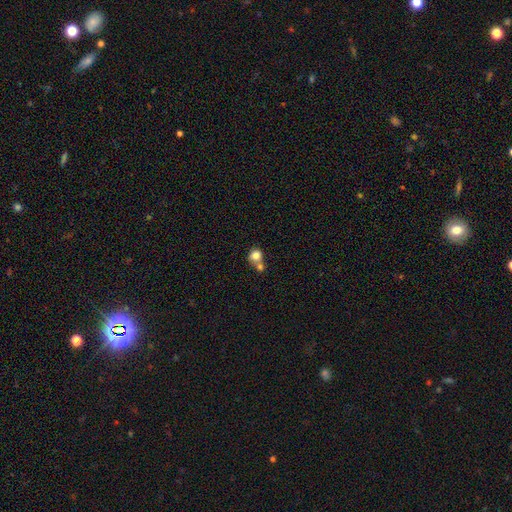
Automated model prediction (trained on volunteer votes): A smooth galaxy with no disk features (79%) that is round (77%). Merging: merger (51%).